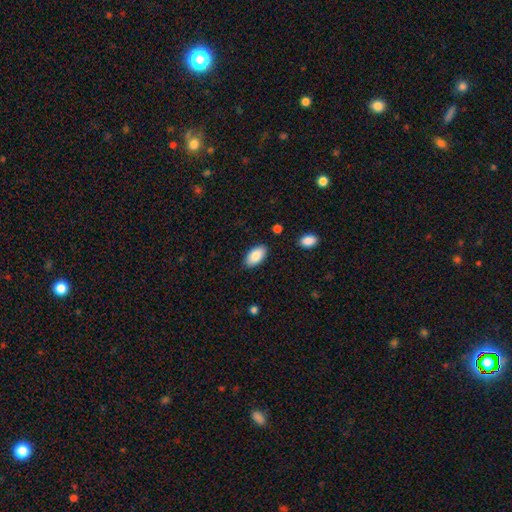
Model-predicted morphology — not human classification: A smooth galaxy with no disk features (86%) that is in between round and cigar-shaped (95%).

Vote fractions:
- Smooth or featured? smooth: 86% / featured or disk: 8% / star or artifact: 6%
- How rounded? in between: 95% / round: 3% / cigar-shaped: 3%
- Merging? none: 87% / minor disturbance: 10% / major disturbance: 2% / merger: 2%